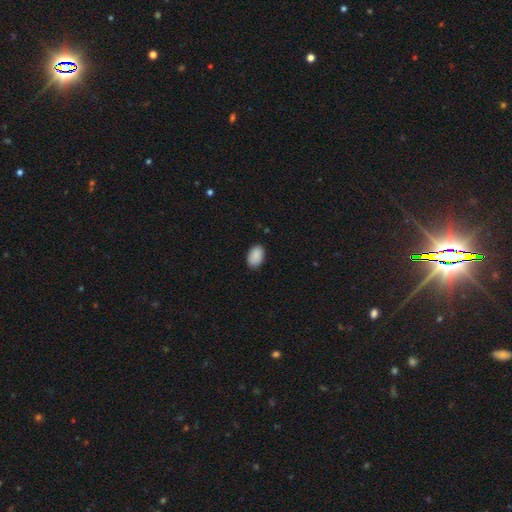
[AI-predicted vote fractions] Q: Smooth or featured?
A: smooth (90%); runner-up: star or artifact (7%)
Q: How rounded?
A: in between (90%); runner-up: round (9%)
Q: Merging?
A: none (87%); runner-up: minor disturbance (10%)